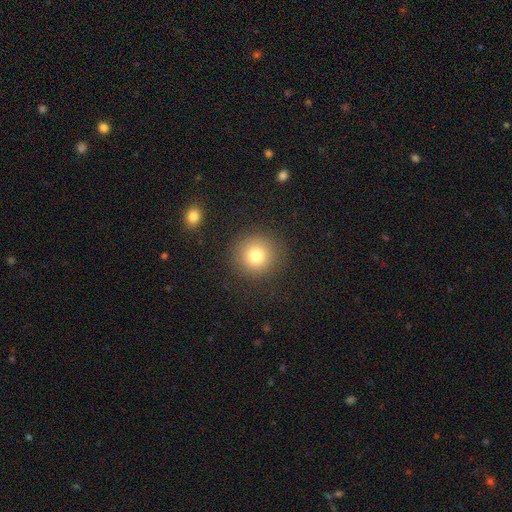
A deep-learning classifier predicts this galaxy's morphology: Smooth or featured?
  - smooth: 76% *
  - star or artifact: 13%
  - featured or disk: 10%
How rounded?
  - round: 93% *
  - in between: 6%
  - cigar-shaped: 1%
Merging?
  - none: 88% *
  - minor disturbance: 7%
  - major disturbance: 3%
  - merger: 1%